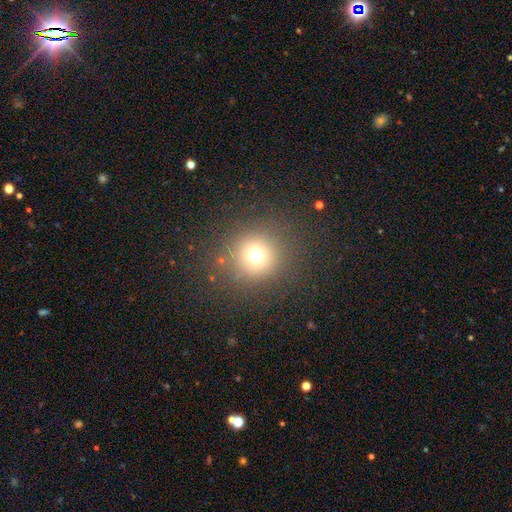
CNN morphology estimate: The model was most divided on "smooth or featured": smooth: 70%, star or artifact: 20%, featured or disk: 9%. More confident: how rounded — round (94%); merging — none (86%).